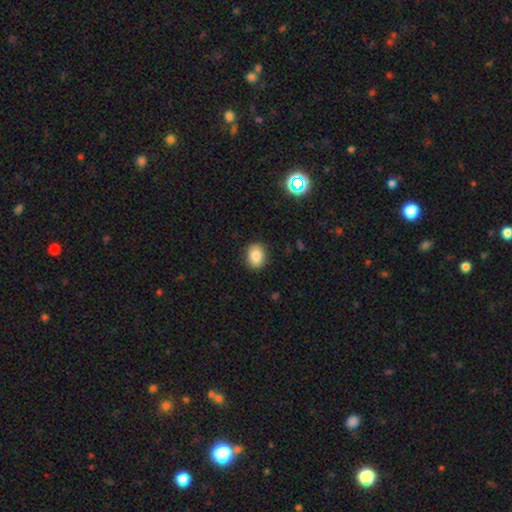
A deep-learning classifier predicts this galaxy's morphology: smooth-or-featured: smooth: 85% | star or artifact: 10% | featured or disk: 6%
  how-rounded: round: 55% | in between: 44% | cigar-shaped: 1%
  merging: none: 88% | minor disturbance: 8% | major disturbance: 2% | merger: 1%